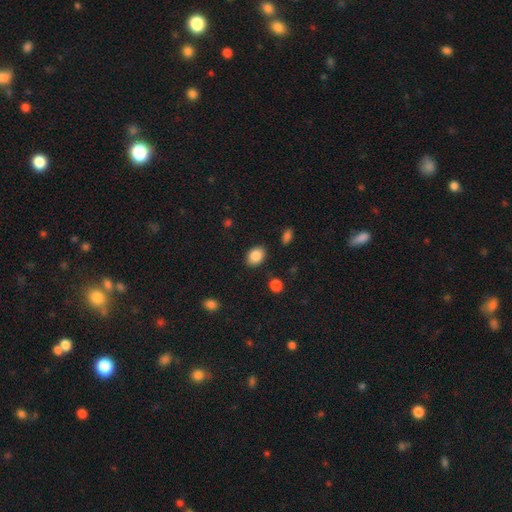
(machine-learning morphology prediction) smooth 87%, star or artifact 8%, featured or disk 5%. Down the decision tree: how rounded — in between (72%); merging — none (85%).